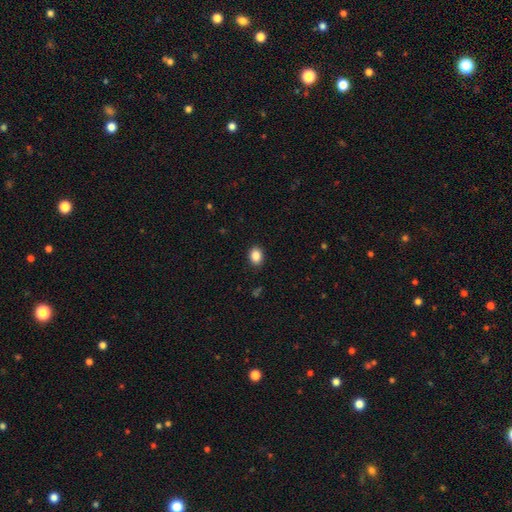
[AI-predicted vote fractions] Morphology: type=smooth (88%); roundness=in between (63%); merging=none (89%).